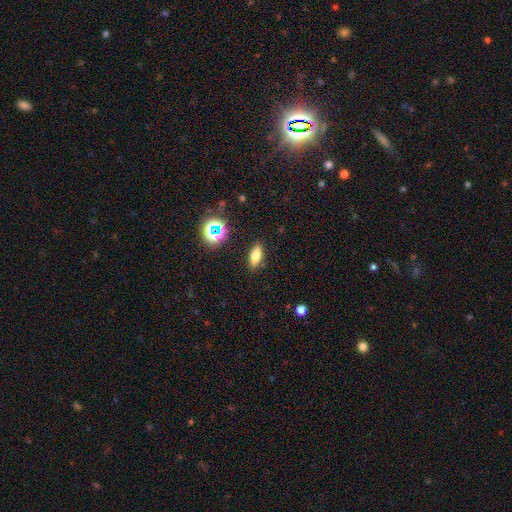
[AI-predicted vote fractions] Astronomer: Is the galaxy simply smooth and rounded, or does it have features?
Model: smooth — 70%.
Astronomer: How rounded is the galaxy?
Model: in between — 72%.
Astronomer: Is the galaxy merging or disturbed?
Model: none — 87%.